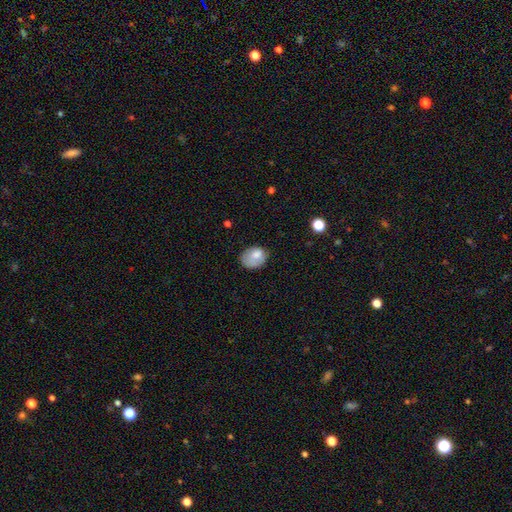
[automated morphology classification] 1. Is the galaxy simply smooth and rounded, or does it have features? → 77% smooth, 15% featured or disk, 9% star or artifact.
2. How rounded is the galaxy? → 64% in between, 35% round, 1% cigar-shaped.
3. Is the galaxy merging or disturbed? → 51% none, 32% minor disturbance, 14% major disturbance, 2% merger.